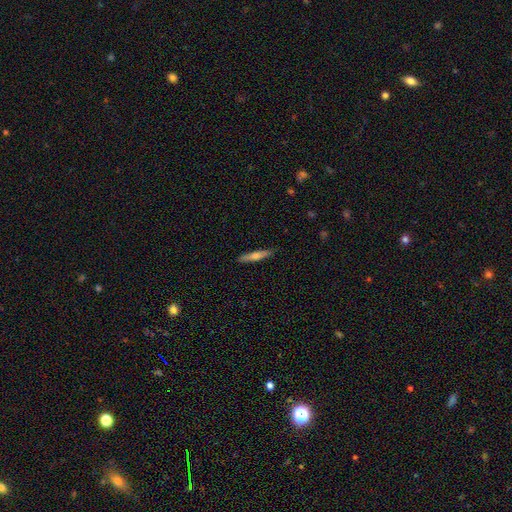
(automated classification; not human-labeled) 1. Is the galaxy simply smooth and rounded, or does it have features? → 47% featured or disk, 46% smooth, 6% star or artifact.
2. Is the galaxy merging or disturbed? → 90% none, 8% minor disturbance, 1% major disturbance, 1% merger.